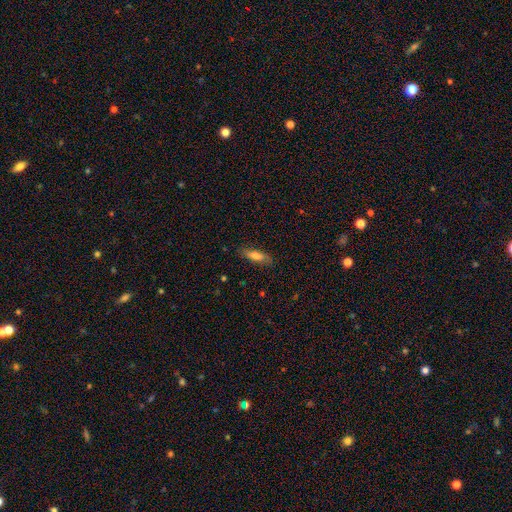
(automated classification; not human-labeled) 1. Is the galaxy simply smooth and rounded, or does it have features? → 74% smooth, 19% featured or disk, 7% star or artifact.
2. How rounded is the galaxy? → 51% cigar-shaped, 47% in between, 2% round.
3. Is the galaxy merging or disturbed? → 83% none, 13% minor disturbance, 3% major disturbance, 1% merger.